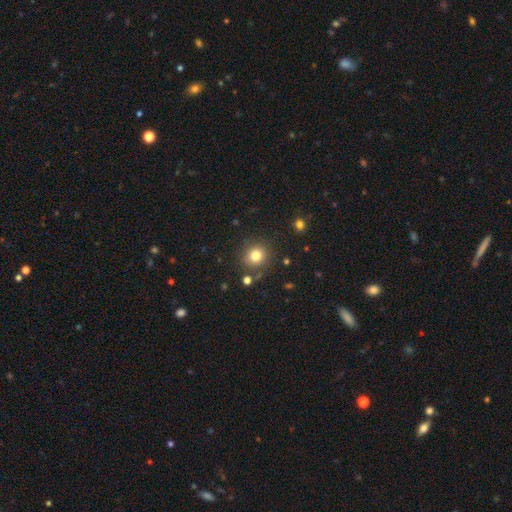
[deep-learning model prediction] smooth-or-featured: smooth: 80% | star or artifact: 13% | featured or disk: 7%
  how-rounded: round: 88% | in between: 11% | cigar-shaped: 1%
  merging: none: 82% | minor disturbance: 9% | merger: 5% | major disturbance: 3%